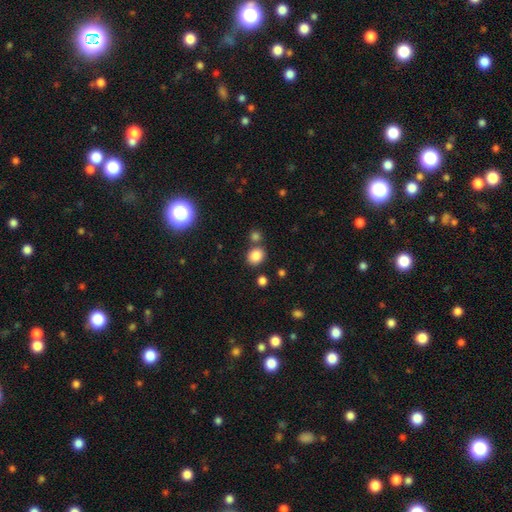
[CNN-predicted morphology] smooth_or_featured: smooth (p=0.84) [alt: star or artifact p=0.11]
how_rounded: round (p=0.65) [alt: in between p=0.34]
merging: none (p=0.73) [alt: merger p=0.15]